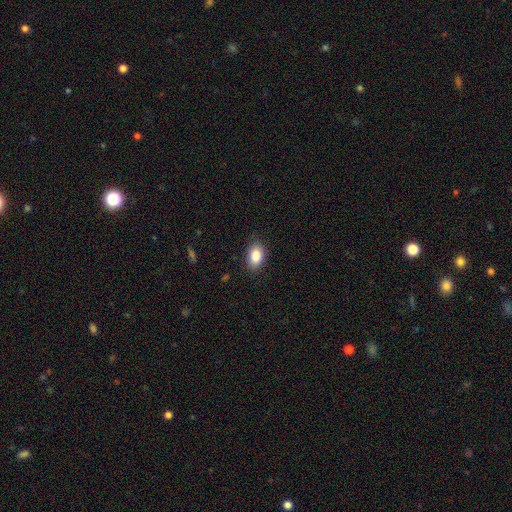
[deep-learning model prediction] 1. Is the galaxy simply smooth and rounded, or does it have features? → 87% smooth, 8% star or artifact, 5% featured or disk.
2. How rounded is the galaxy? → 88% in between, 11% round, 1% cigar-shaped.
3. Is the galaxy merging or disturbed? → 85% none, 11% minor disturbance, 3% major disturbance, 1% merger.